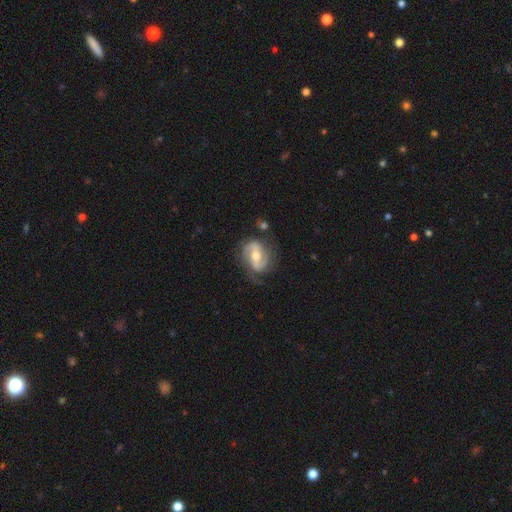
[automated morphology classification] smooth-or-featured: featured or disk: 83% | smooth: 12% | star or artifact: 5%
  disk-edge-on: no: 97% | yes: 3%
    bar: weak: 43% | strong: 32% | no: 26%
    has-spiral-arms: yes: 94% | no: 6%
      spiral-winding: medium: 47% | tight: 27% | loose: 26%
      spiral-arm-count: 2: 81% | can't tell: 7% | 3: 6% | 1: 3% | 4: 2% | more than 4: 1%
    bulge-size: moderate: 70% | small: 23% | large: 5% | none: 1% | dominant: 1%
  merging: none: 68% | minor disturbance: 20% | major disturbance: 10% | merger: 2%